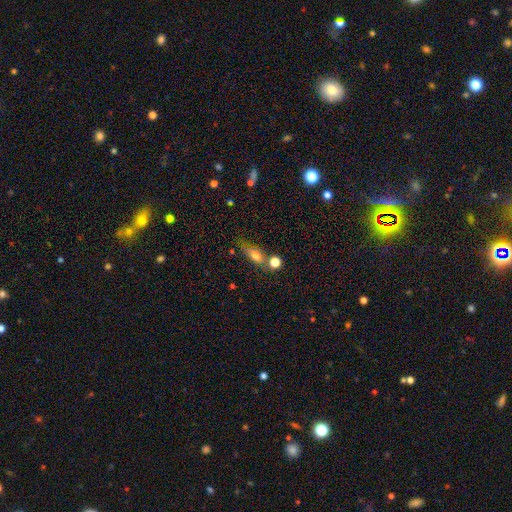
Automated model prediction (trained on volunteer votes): Smooth or featured: smooth — 70% (featured or disk — 18%)
How rounded: in between — 65% (cigar-shaped — 21%)
Merging: none — 50% (merger — 21%)